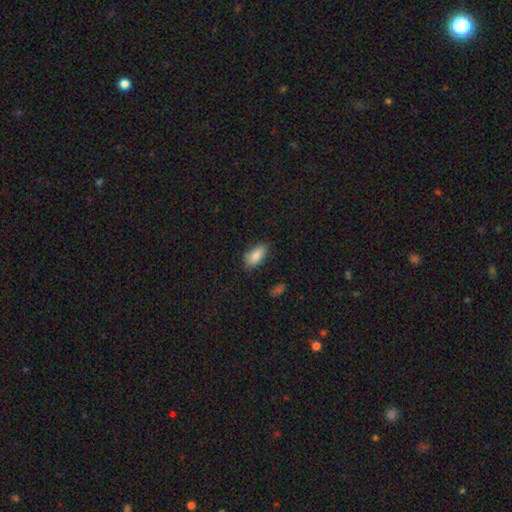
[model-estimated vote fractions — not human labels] smooth_or_featured: smooth (p=0.85) [alt: featured or disk p=0.08]
how_rounded: in between (p=0.89) [alt: cigar-shaped p=0.08]
merging: none (p=0.79) [alt: minor disturbance p=0.16]